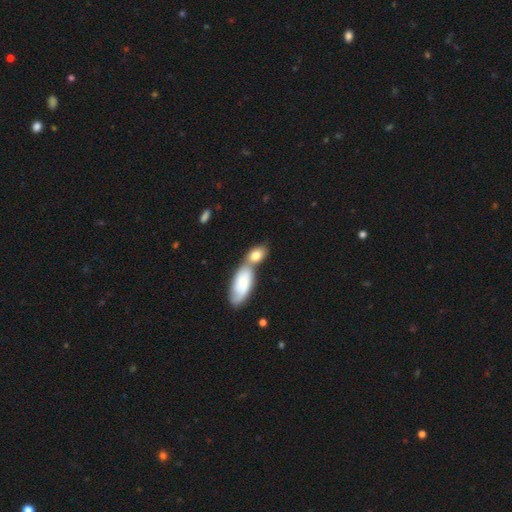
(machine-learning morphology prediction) Smooth or featured: smooth — 74% (featured or disk — 20%)
How rounded: in between — 81% (round — 11%)
Merging: merger — 57% (none — 30%)